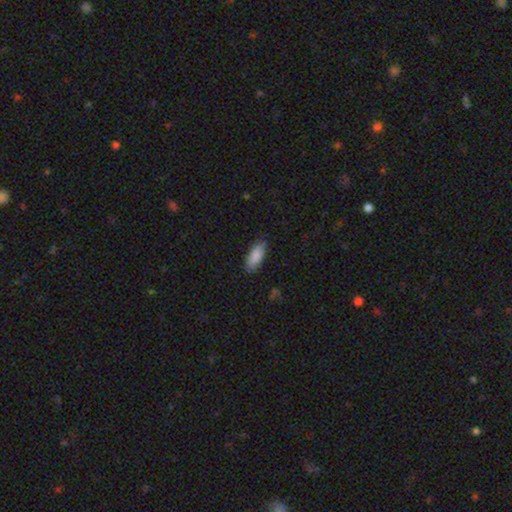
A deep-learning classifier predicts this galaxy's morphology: A smooth galaxy with no disk features (88%) that is in between round and cigar-shaped (78%). Merging: none (86%).